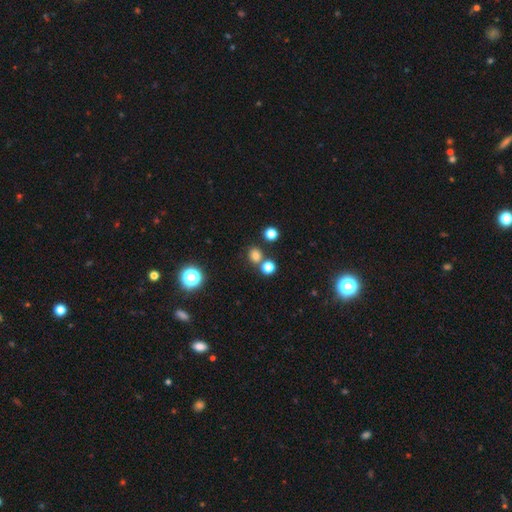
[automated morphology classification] type=smooth (74%); roundness=round (79%); merging=none (69%).